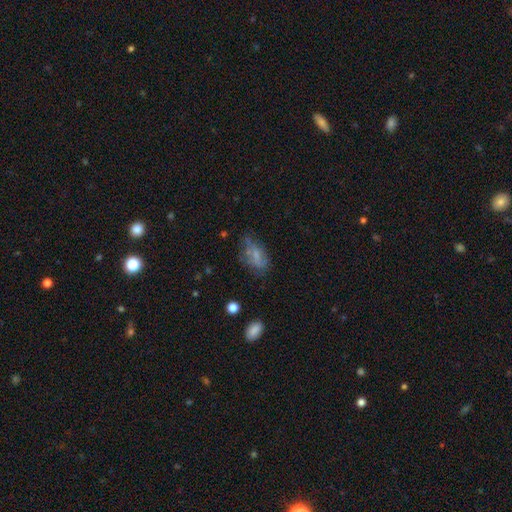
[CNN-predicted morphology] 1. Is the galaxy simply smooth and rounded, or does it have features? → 54% smooth, 34% featured or disk, 13% star or artifact.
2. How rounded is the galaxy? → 86% in between, 7% round, 7% cigar-shaped.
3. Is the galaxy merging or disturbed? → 44% none, 30% minor disturbance, 21% major disturbance, 4% merger.